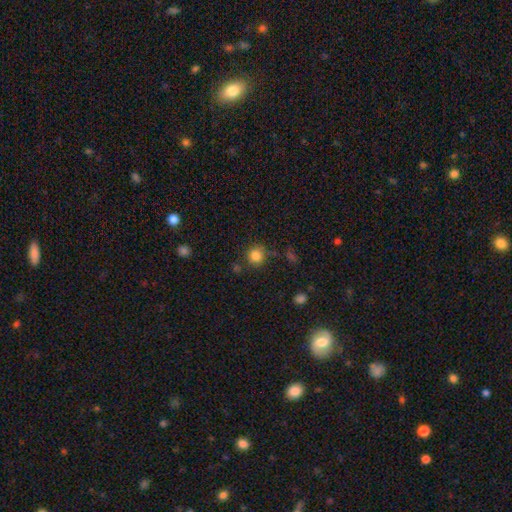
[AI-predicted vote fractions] Smooth or featured?
  - smooth: 83% *
  - star or artifact: 12%
  - featured or disk: 5%
How rounded?
  - round: 92% *
  - in between: 7%
  - cigar-shaped: 1%
Merging?
  - none: 79% *
  - minor disturbance: 12%
  - merger: 6%
  - major disturbance: 4%